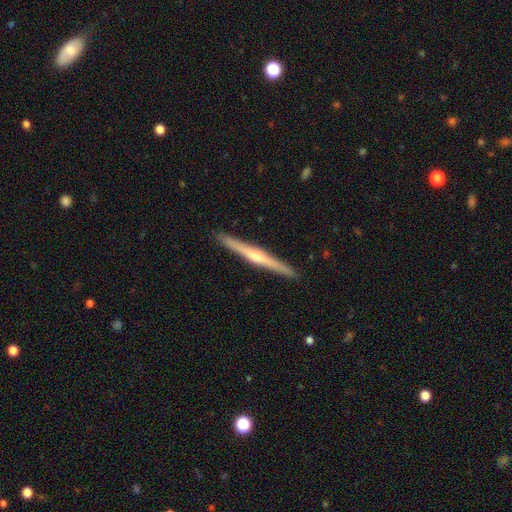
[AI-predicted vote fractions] featured or disk 69%, smooth 26%, star or artifact 5%. Down the decision tree: edge-on disk — yes (98%); edge-on bulge — rounded (76%); merging — none (92%).